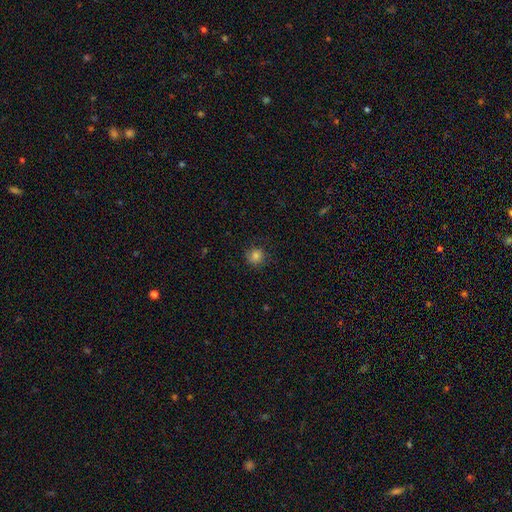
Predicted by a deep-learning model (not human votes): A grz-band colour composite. It shows a smooth galaxy with no disk features (82%) that is round (88%). Merging: none (81%).